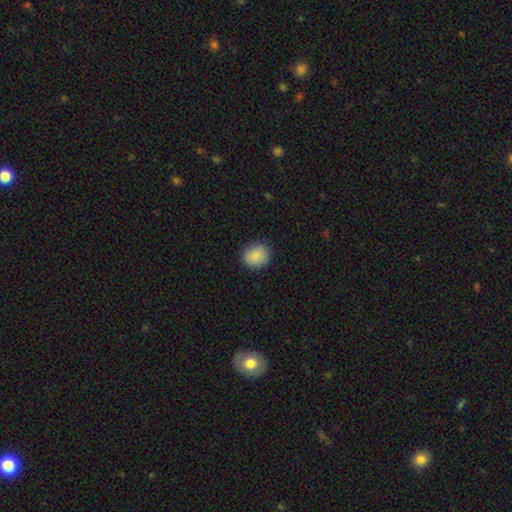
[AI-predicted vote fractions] This is clearly a smooth galaxy (88%). How rounded: likely round (78%). Merging: clearly none (88%).